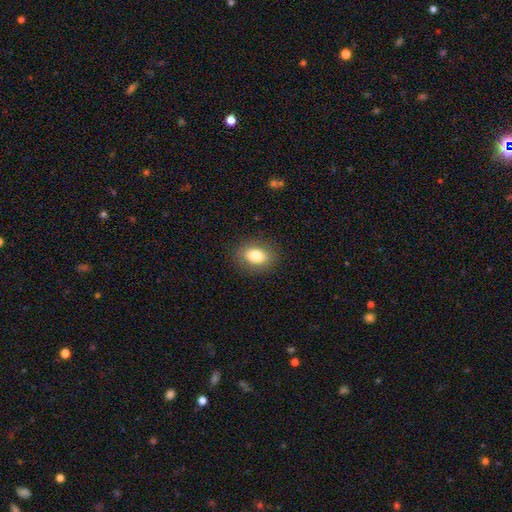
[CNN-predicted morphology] Overall: smooth (79%). How rounded: in between (73%). Merging: none (87%).